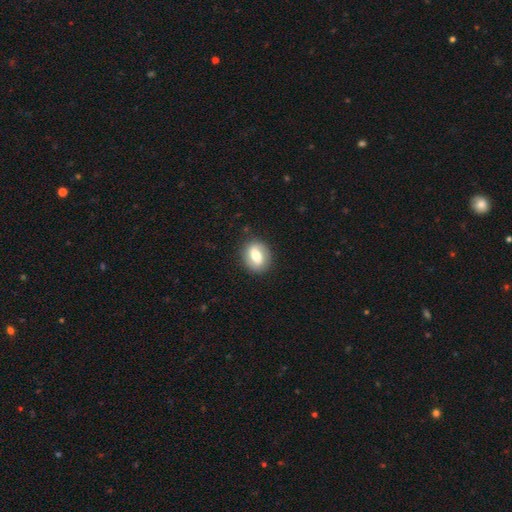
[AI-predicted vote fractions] Smooth or featured? Predicted: smooth (p=0.55). How rounded? Predicted: in between (p=0.57). Merging? Predicted: none (p=0.84).